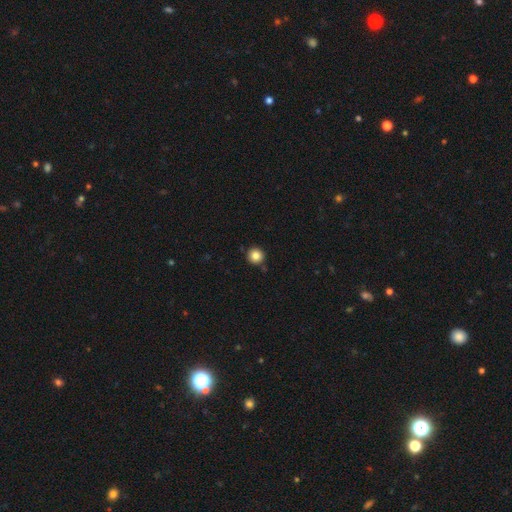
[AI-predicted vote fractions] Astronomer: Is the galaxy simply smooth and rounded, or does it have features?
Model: smooth — 84%.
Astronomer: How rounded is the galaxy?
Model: round — 95%.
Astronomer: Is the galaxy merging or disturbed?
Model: none — 87%.